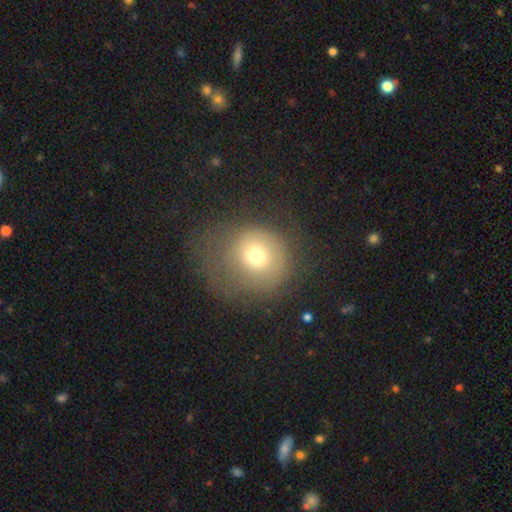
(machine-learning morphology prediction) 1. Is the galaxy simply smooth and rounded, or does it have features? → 68% smooth, 19% featured or disk, 13% star or artifact.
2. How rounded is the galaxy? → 87% round, 12% in between, 1% cigar-shaped.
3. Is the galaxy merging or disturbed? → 42% none, 32% major disturbance, 24% minor disturbance, 2% merger.